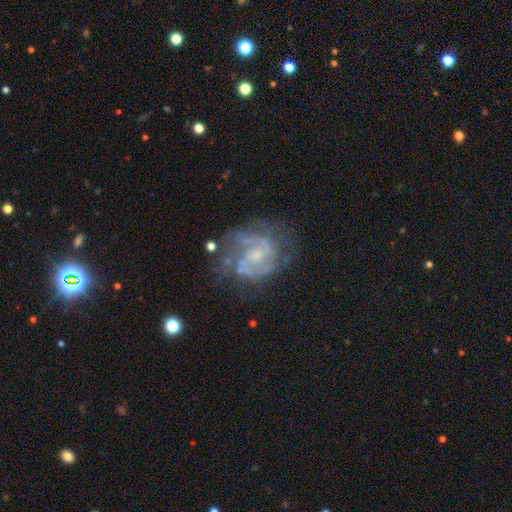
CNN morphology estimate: Overall: featured or disk (84%). Edge-on disk: no (98%). Bar: weak (49%; no 40%). Spiral arms: yes (91%). Spiral arm count: 2 (64%). Spiral winding: medium (52%; tight 30%). Bulge size: small (54%; moderate 25%). Merging: none (57%; minor disturbance 21%).